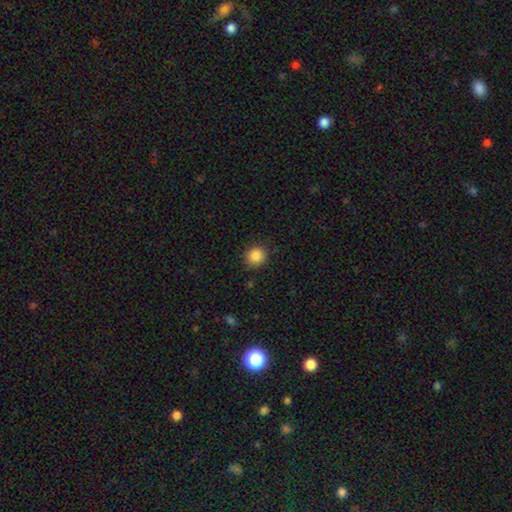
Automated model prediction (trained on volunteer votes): This appears to be a smooth galaxy with no disk features (86%) that is round (89%). Merging: none (86%).